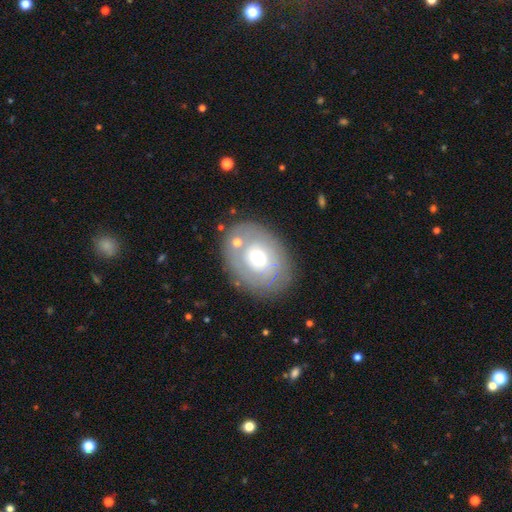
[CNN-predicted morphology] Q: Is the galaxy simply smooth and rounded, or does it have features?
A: smooth — 50%.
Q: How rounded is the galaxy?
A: in between — 67%.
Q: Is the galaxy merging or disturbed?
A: none — 76%.